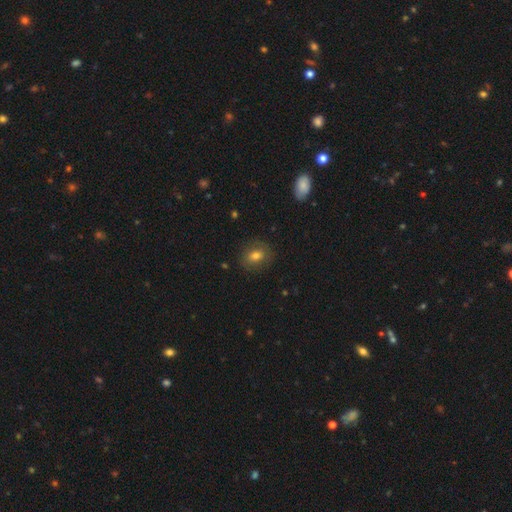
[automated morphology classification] A smooth galaxy with no disk features (73%) that is round (51%).

Vote fractions:
- Smooth or featured? smooth: 73% / featured or disk: 16% / star or artifact: 11%
- How rounded? round: 51% / in between: 48% / cigar-shaped: 1%
- Merging? none: 81% / minor disturbance: 13% / major disturbance: 5% / merger: 1%